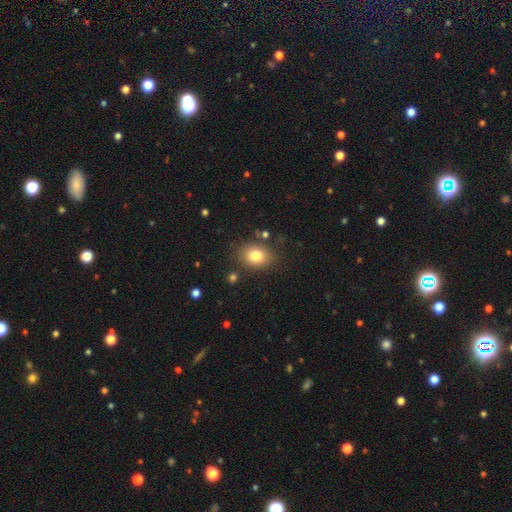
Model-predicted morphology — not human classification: The model was most divided on "how rounded": in between: 60%, round: 39%, cigar-shaped: 1%. More confident: merging — none (82%); smooth or featured — smooth (80%).